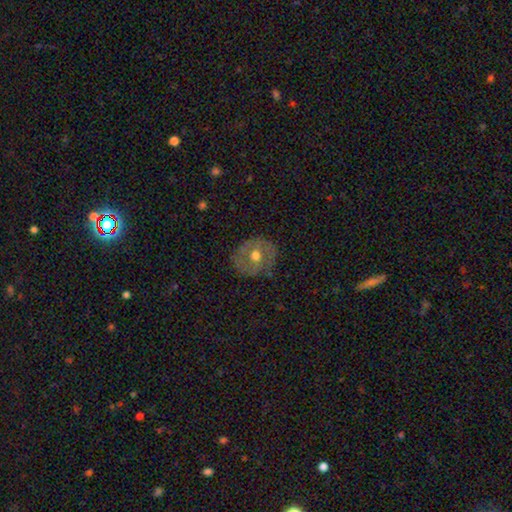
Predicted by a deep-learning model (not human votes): Overall: featured or disk (48%; smooth 43%). Merging: none (76%).